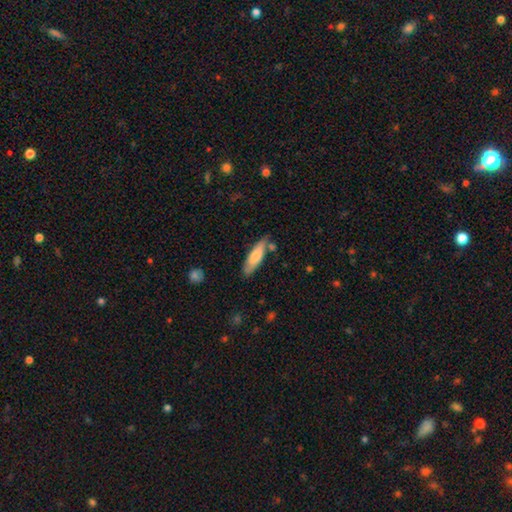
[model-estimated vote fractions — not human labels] Smooth or featured: smooth — 74% (featured or disk — 20%)
How rounded: cigar-shaped — 59% (in between — 40%)
Merging: none — 74% (minor disturbance — 17%)